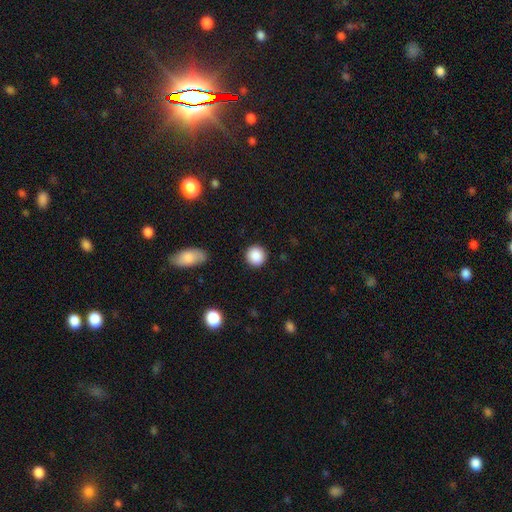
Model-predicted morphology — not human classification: Smooth or featured? Predicted: smooth (p=0.88). How rounded? Predicted: round (p=0.93). Merging? Predicted: none (p=0.90).